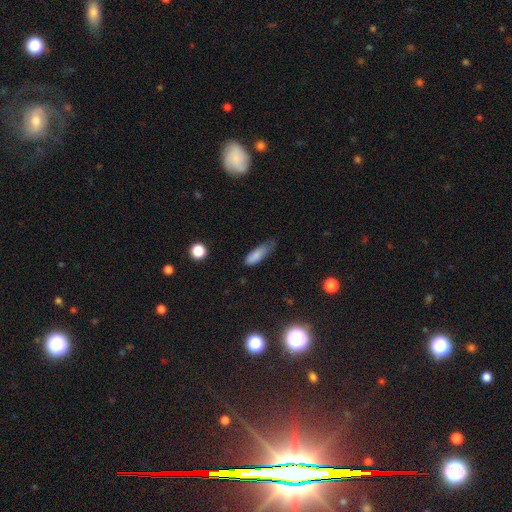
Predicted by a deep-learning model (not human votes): Smooth or featured: smooth — 83% (featured or disk — 9%)
How rounded: in between — 60% (cigar-shaped — 37%)
Merging: minor disturbance — 44% (none — 41%)